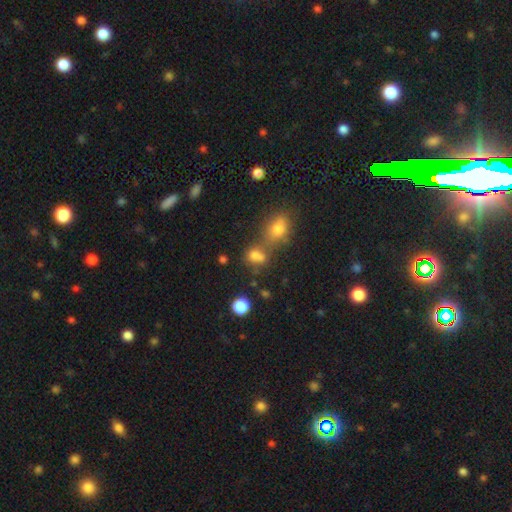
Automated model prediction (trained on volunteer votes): Smooth or featured?
  - smooth: 73% *
  - star or artifact: 18%
  - featured or disk: 10%
How rounded?
  - in between: 57% *
  - round: 41%
  - cigar-shaped: 2%
Merging?
  - merger: 43% *
  - none: 39%
  - minor disturbance: 12%
  - major disturbance: 6%